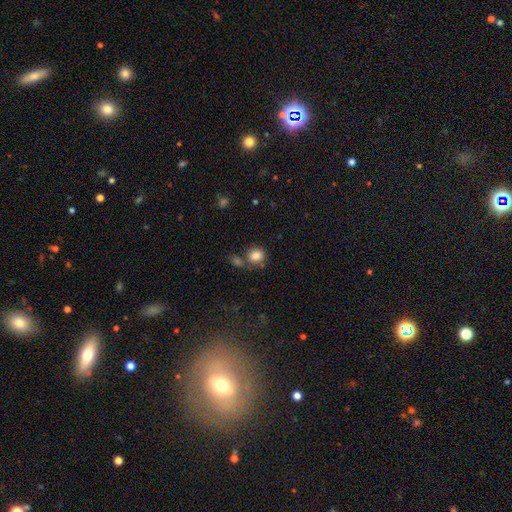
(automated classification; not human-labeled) Overall: smooth (85%). How rounded: round (80%). Merging: none (61%; merger 22%).